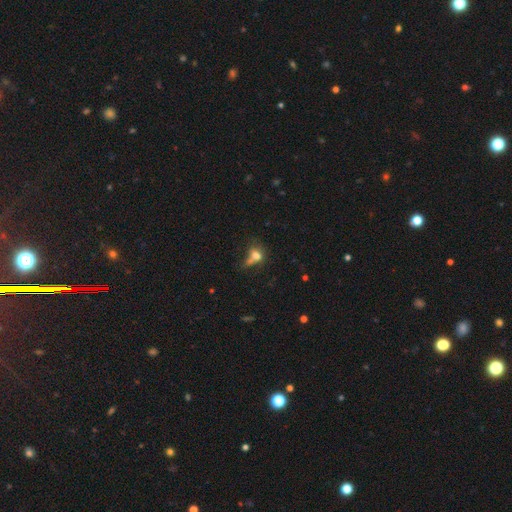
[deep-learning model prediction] Smooth or featured? smooth (70%)
How rounded? in between (51%)
Merging? merger (36%)